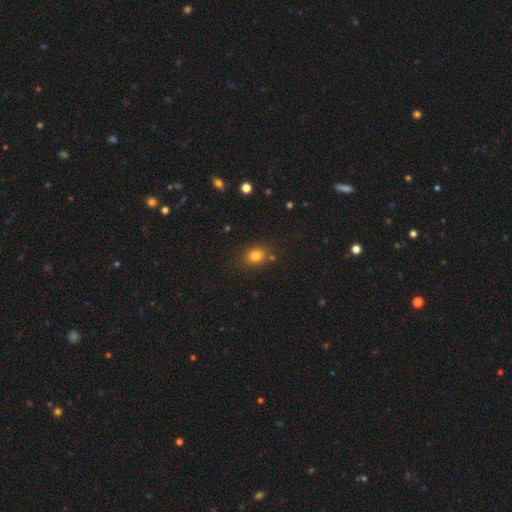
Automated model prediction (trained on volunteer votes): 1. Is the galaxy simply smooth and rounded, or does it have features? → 81% smooth, 13% star or artifact, 6% featured or disk.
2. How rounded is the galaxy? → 60% round, 39% in between, 1% cigar-shaped.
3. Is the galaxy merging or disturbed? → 79% none, 12% minor disturbance, 6% merger, 4% major disturbance.